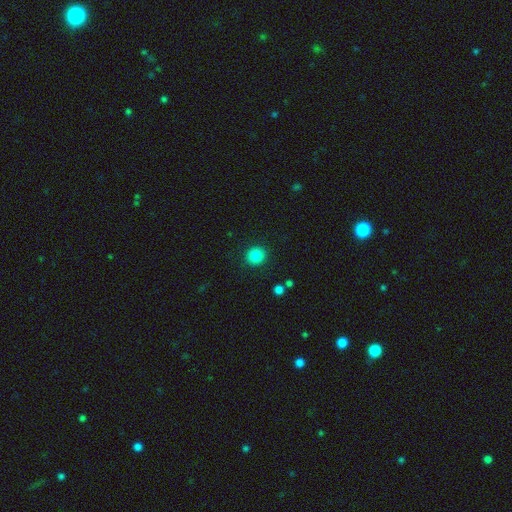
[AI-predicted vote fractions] smooth-or-featured: smooth: 85% | star or artifact: 10% | featured or disk: 5%
  how-rounded: round: 90% | in between: 9% | cigar-shaped: 1%
  merging: none: 91% | minor disturbance: 6% | major disturbance: 2% | merger: 1%